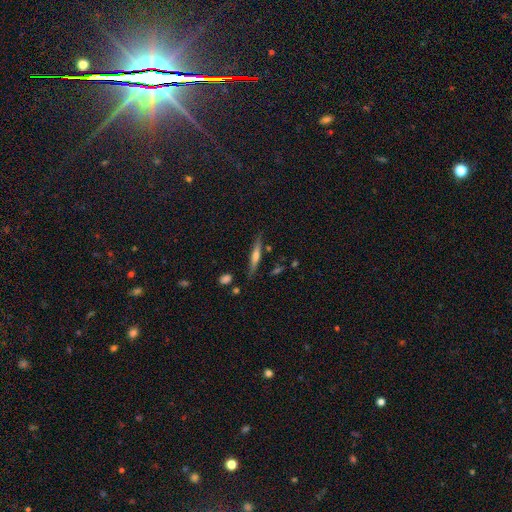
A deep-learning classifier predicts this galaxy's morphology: A featured or disk galaxy (55%) viewed edge-on (95%) with a rounded central bulge (70%). Merging: none (82%).